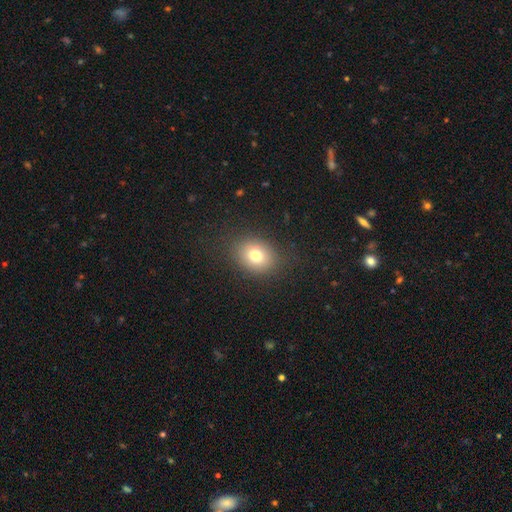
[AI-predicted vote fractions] Smooth or featured? smooth (76%)
How rounded? in between (50%)
Merging? none (84%)